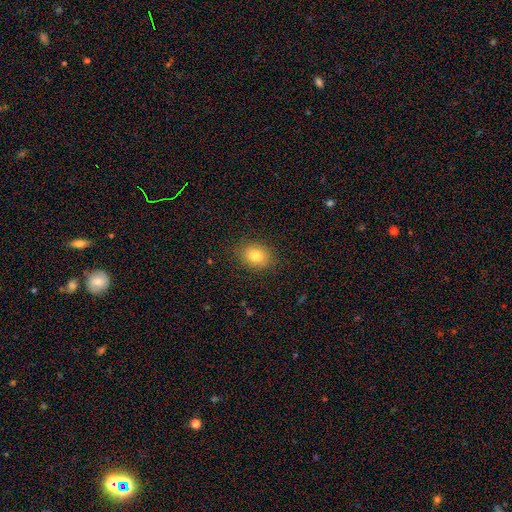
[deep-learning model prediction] Morphology: type=smooth (82%); roundness=in between (60%); merging=none (86%).